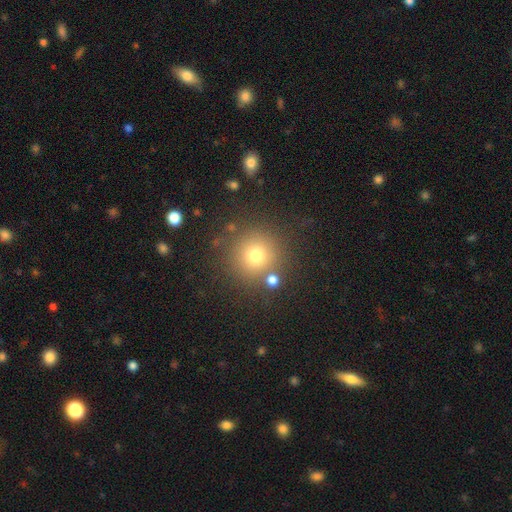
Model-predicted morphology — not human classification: Q: Smooth or featured?
A: smooth (74%); runner-up: star or artifact (16%)
Q: How rounded?
A: round (94%); runner-up: in between (5%)
Q: Merging?
A: none (82%); runner-up: minor disturbance (8%)